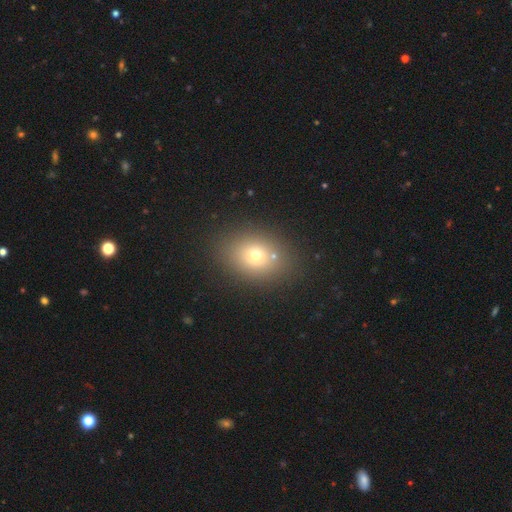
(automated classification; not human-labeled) Morphology: type=smooth (69%); roundness=in between (55%); merging=none (81%).